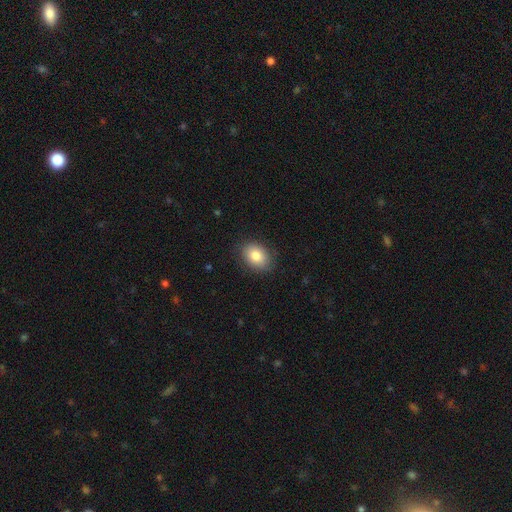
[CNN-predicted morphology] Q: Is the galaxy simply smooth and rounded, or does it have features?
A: smooth — 82%.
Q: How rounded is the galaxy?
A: in between — 72%.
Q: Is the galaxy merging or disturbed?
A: none — 84%.